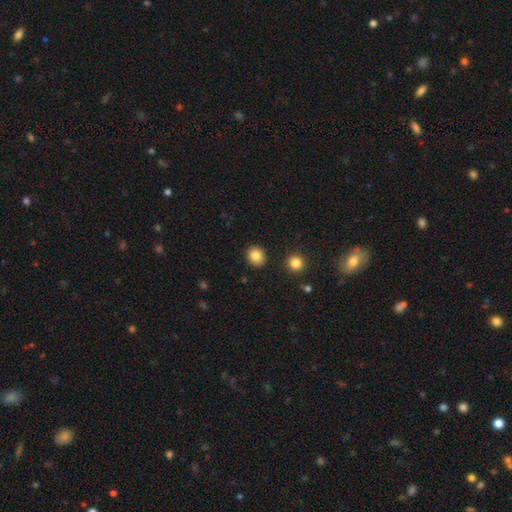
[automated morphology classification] This appears to be a smooth galaxy with no disk features (85%) that is round (79%). Merging: none (90%).